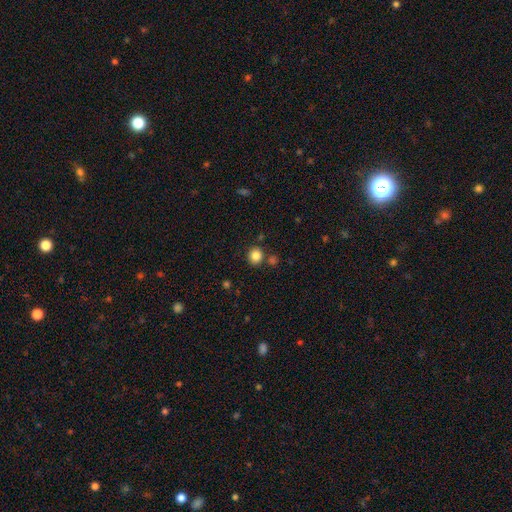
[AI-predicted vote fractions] The model was most divided on "smooth or featured": smooth: 84%, star or artifact: 11%, featured or disk: 5%. More confident: how rounded — round (88%); merging — none (82%).